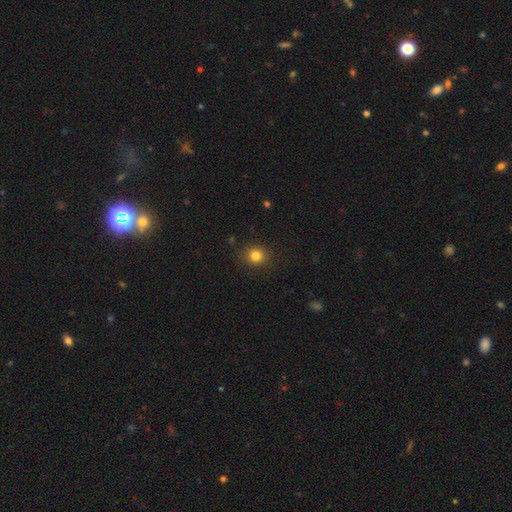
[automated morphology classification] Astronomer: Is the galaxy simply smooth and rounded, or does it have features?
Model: smooth — 82%.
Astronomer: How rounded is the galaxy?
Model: round — 87%.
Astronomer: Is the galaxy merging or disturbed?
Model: none — 88%.